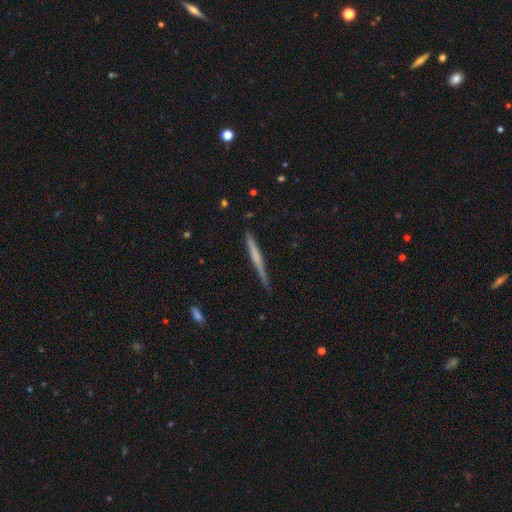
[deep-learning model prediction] Smooth or featured? Predicted: featured or disk (p=0.50). Edge-on disk? Predicted: yes (p=0.97). Merging? Predicted: none (p=0.82).